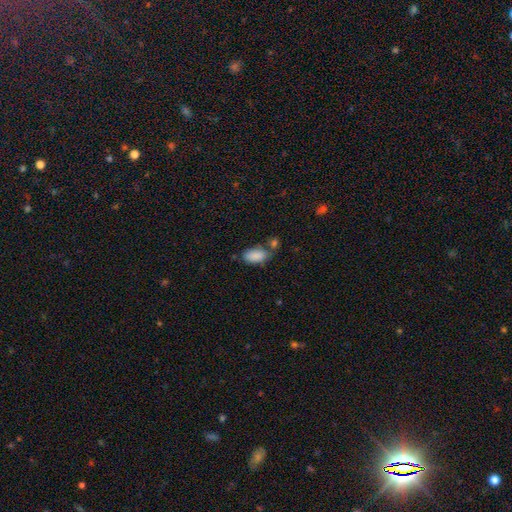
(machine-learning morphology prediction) smooth 87%, star or artifact 8%, featured or disk 5%. Down the decision tree: how rounded — in between (93%); merging — none (55%).